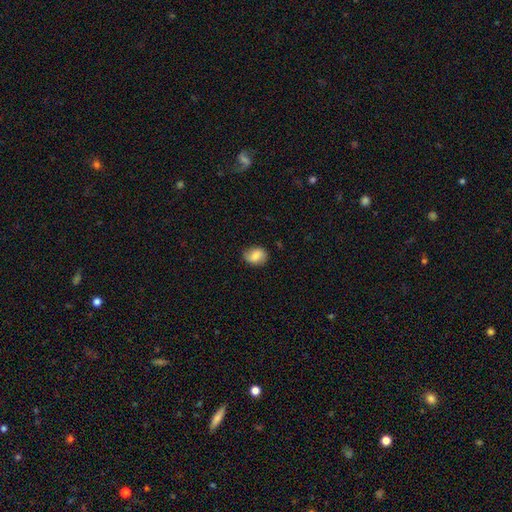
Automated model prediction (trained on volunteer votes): A smooth galaxy with no disk features (74%) that is in between round and cigar-shaped (55%). Merging: none (79%).